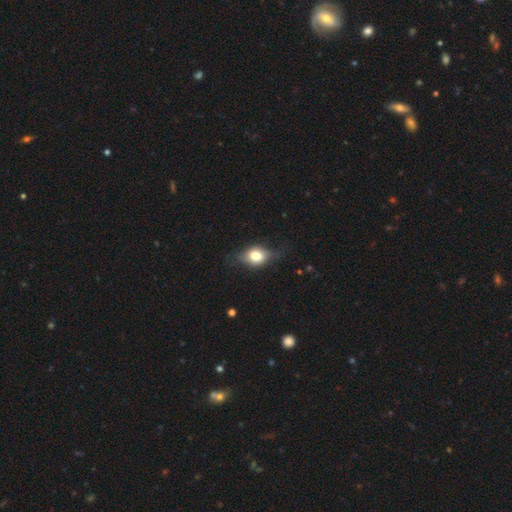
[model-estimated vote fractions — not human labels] The model was most divided on "how rounded": in between: 57%, round: 39%, cigar-shaped: 4%. More confident: merging — none (66%); smooth or featured — smooth (58%).